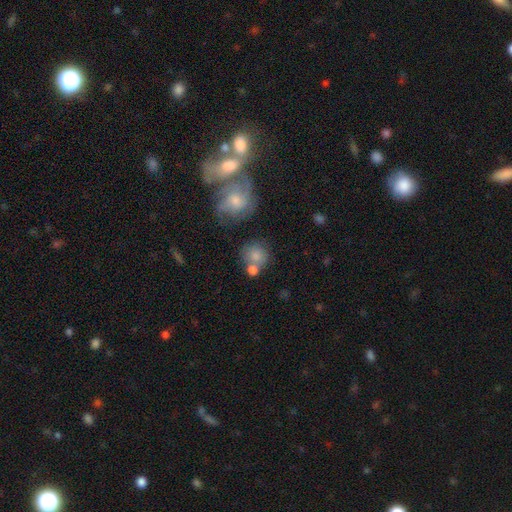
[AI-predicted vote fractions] Smooth or featured: smooth — 77% (featured or disk — 13%)
How rounded: round — 83% (in between — 16%)
Merging: none — 52% (merger — 31%)